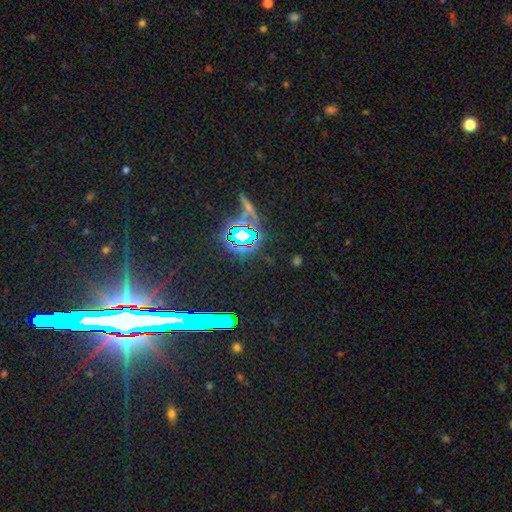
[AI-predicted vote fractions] Overall: star or artifact (81%).